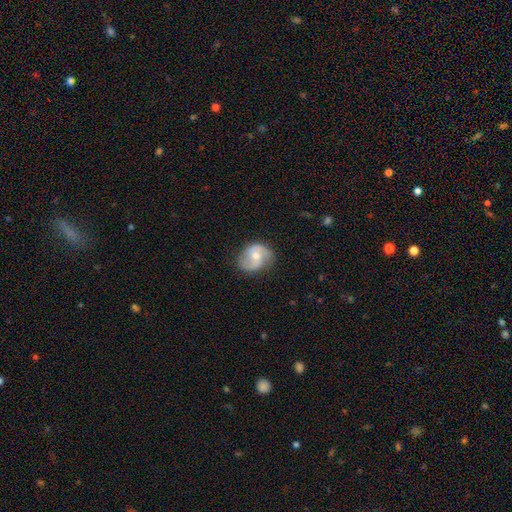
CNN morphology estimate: This is likely a featured or disk galaxy (65%). It is clearly not viewed edge-on (97%). Bar: possibly no (52%). Spiral arm pattern: clearly yes (89%). Spiral arm count: clearly 2 (86%). Spiral winding: possibly medium (46%). Central bulge: likely moderate (61%). Merging: likely none (72%).